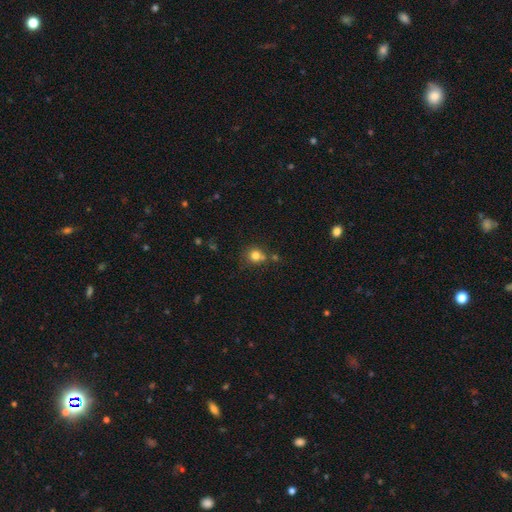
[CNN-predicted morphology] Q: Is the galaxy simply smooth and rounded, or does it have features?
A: smooth — 79%.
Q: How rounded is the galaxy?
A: round — 86%.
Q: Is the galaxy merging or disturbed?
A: none — 60%.